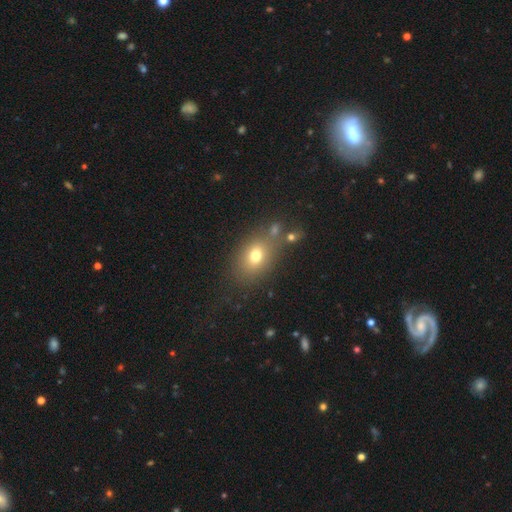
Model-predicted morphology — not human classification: A smooth galaxy with no disk features (73%) that is in between round and cigar-shaped (70%). Merging: none (66%).